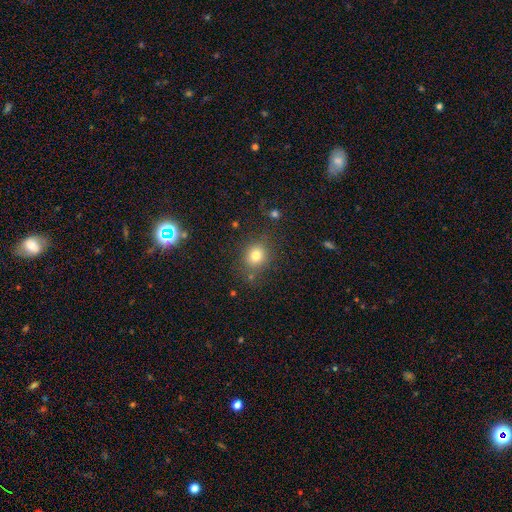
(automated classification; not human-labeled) smooth 78%, star or artifact 14%, featured or disk 8%. Down the decision tree: how rounded — round (73%); merging — none (80%).